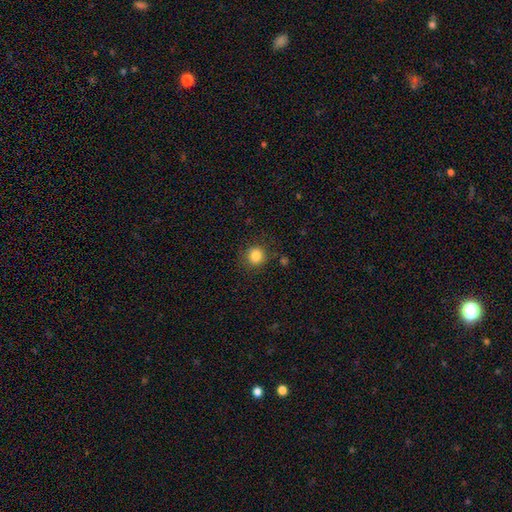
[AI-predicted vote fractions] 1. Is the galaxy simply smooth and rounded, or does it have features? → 84% smooth, 11% star or artifact, 5% featured or disk.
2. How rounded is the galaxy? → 90% round, 9% in between, 1% cigar-shaped.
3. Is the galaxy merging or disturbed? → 84% none, 10% minor disturbance, 4% major disturbance, 2% merger.